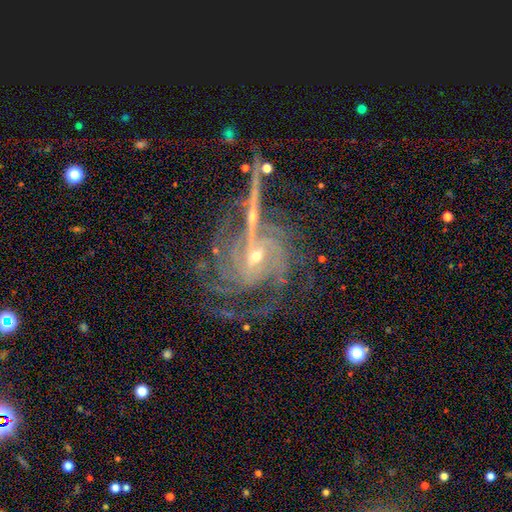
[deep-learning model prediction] featured or disk 88%, star or artifact 8%, smooth 4%. Down the decision tree: edge-on disk — no (95%); bar — weak (37%, tied with no); spiral arms — yes (97%); spiral arm count — 4 (26%); spiral winding — tight (56%); bulge size — small (66%); merging — none (49%).